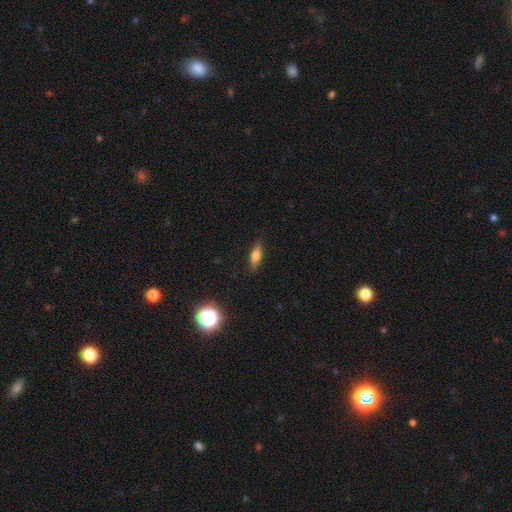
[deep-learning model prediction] This is likely a smooth galaxy (67%). How rounded: possibly in between (58%). Merging: clearly none (86%).